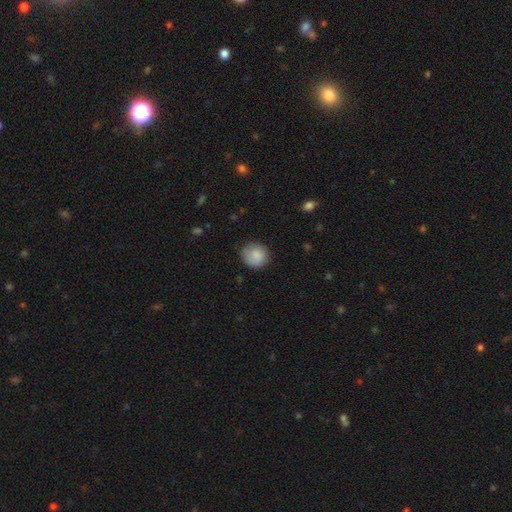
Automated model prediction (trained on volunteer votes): Overall: smooth (86%). How rounded: round (89%). Merging: none (79%).